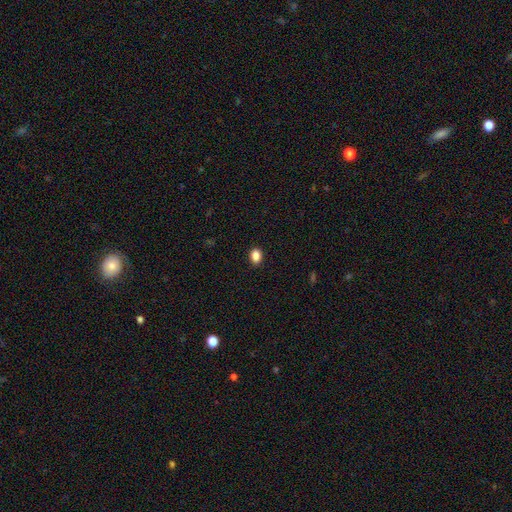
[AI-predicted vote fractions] This is clearly a smooth galaxy (87%). How rounded: likely in between (70%). Merging: clearly none (90%).